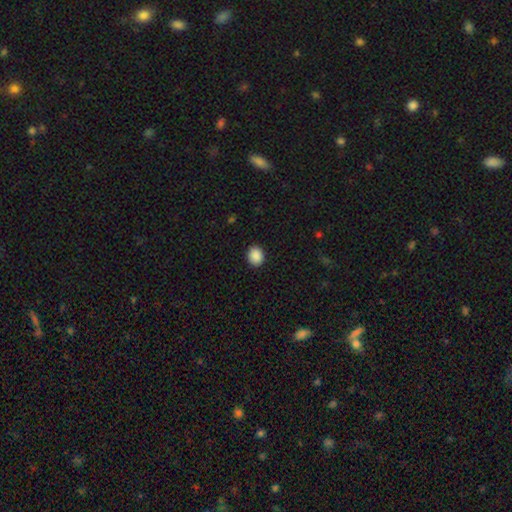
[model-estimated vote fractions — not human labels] Smooth or featured: smooth — 90% (star or artifact — 8%)
How rounded: round — 59% (in between — 40%)
Merging: none — 91% (minor disturbance — 6%)